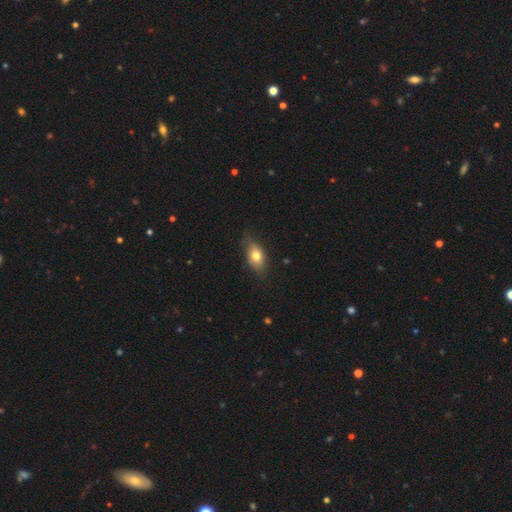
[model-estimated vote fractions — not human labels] Smooth or featured? Predicted: smooth (p=0.76). How rounded? Predicted: in between (p=0.84). Merging? Predicted: none (p=0.73).